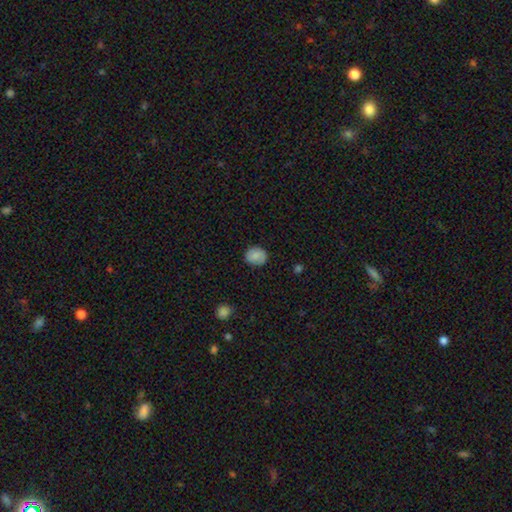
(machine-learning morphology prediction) type=smooth (84%); roundness=round (70%); merging=none (86%).